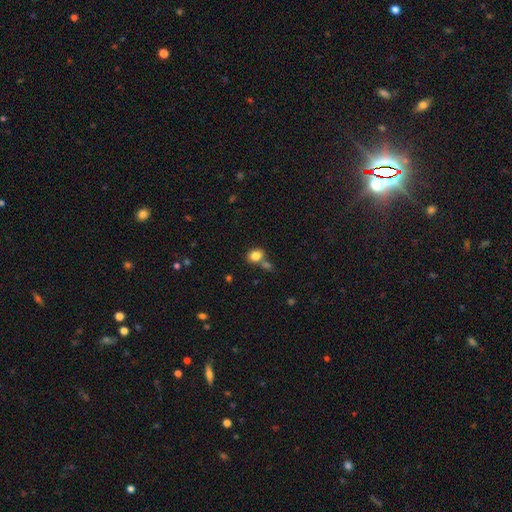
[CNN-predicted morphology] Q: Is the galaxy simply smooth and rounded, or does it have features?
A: smooth — 83%.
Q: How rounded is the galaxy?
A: in between — 52%.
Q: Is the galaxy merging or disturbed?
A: none — 57%.